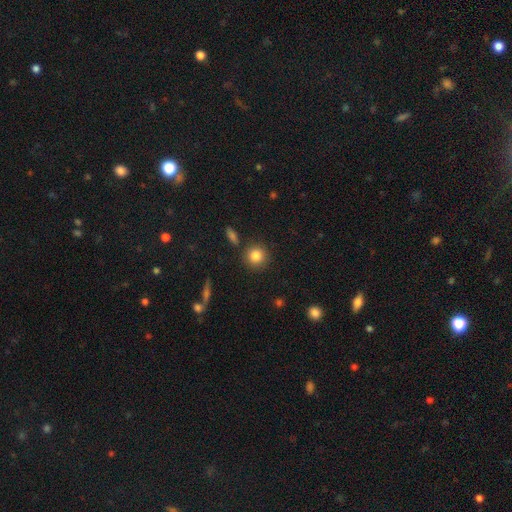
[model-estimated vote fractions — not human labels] Smooth or featured: smooth — 85% (star or artifact — 9%)
How rounded: round — 91% (in between — 8%)
Merging: none — 85% (minor disturbance — 7%)